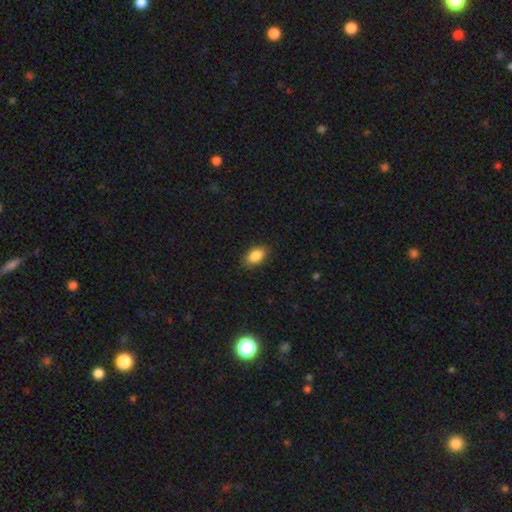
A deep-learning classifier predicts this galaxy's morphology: This is clearly a smooth galaxy (87%). How rounded: clearly in between (89%). Merging: clearly none (86%).